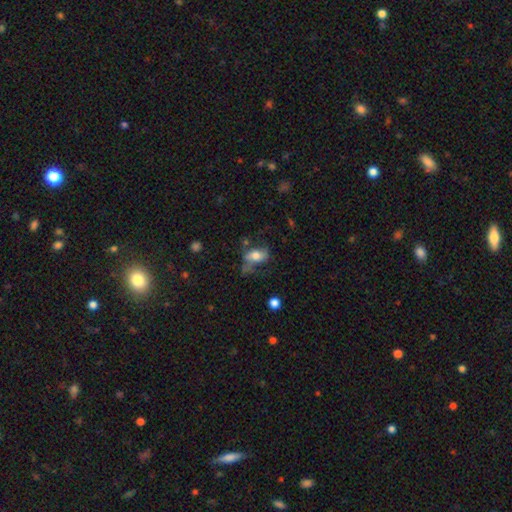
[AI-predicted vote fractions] Overall: smooth (56%; featured or disk 35%). How rounded: in between (84%). Merging: none (37%; major disturbance 29%).